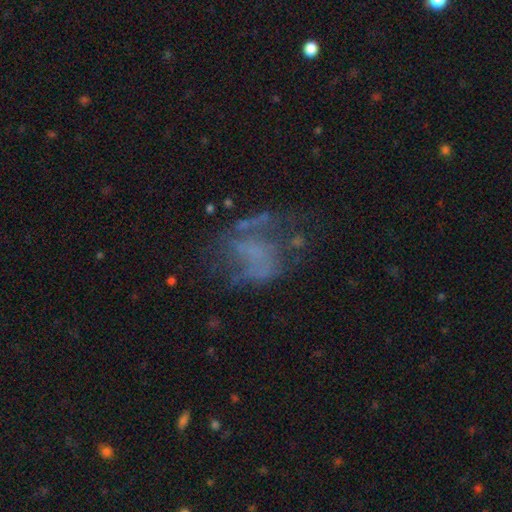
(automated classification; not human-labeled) Smooth or featured? Predicted: featured or disk (p=0.60). Edge-on disk? Predicted: no (p=0.97). Bar? Predicted: no (p=0.77). Spiral arms? Predicted: no (p=0.55). Bulge size? Predicted: none (p=0.77). Merging? Predicted: none (p=0.42).